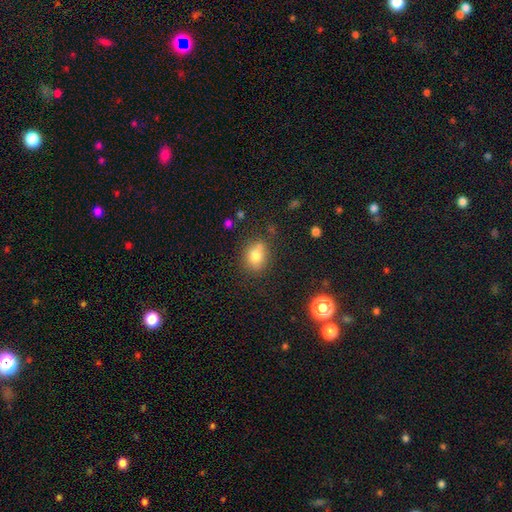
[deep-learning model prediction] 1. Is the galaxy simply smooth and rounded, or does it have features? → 77% smooth, 12% star or artifact, 11% featured or disk.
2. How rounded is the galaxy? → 57% round, 41% in between, 1% cigar-shaped.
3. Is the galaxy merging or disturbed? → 67% none, 18% minor disturbance, 9% merger, 5% major disturbance.